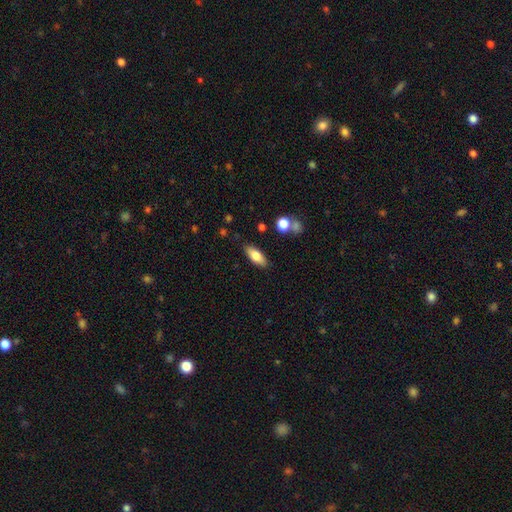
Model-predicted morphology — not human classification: Q: Smooth or featured?
A: smooth (75%); runner-up: featured or disk (18%)
Q: How rounded?
A: in between (76%); runner-up: cigar-shaped (21%)
Q: Merging?
A: none (84%); runner-up: minor disturbance (11%)